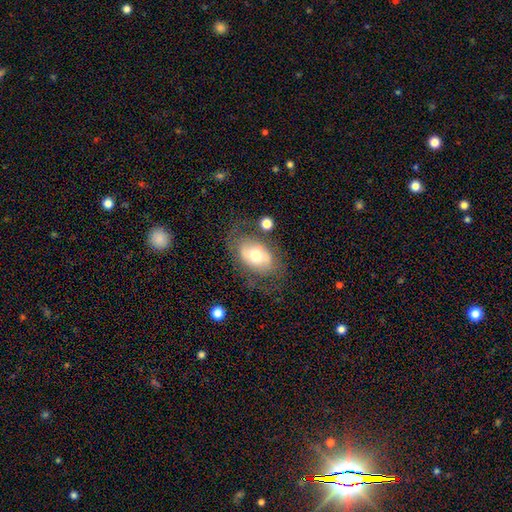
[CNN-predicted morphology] Overall: smooth (48%; featured or disk 44%). Merging: none (61%).